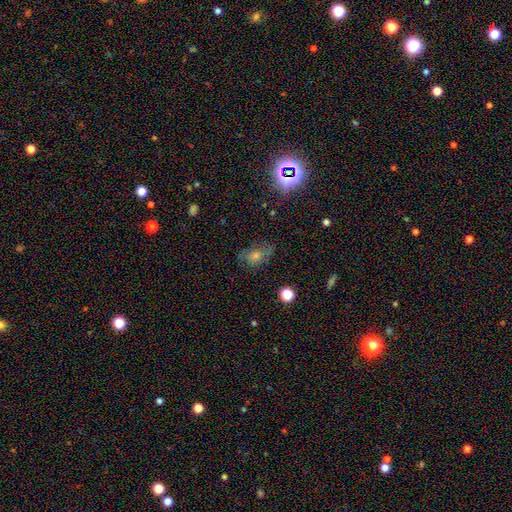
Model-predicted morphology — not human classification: A featured or disk galaxy (37%).

Vote fractions:
- Smooth or featured? featured or disk: 37% / star or artifact: 32% / smooth: 31%
- Merging? none: 61% / minor disturbance: 24% / major disturbance: 13% / merger: 2%